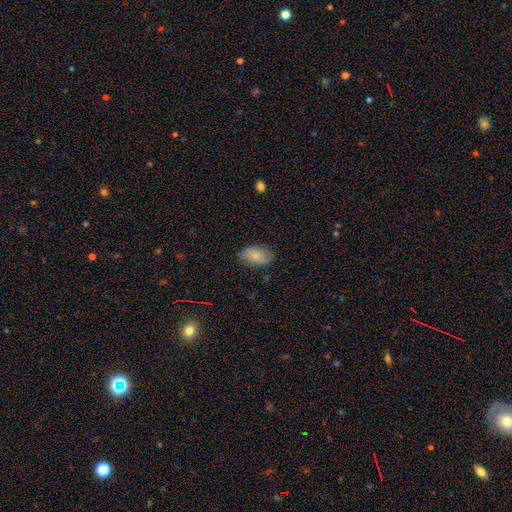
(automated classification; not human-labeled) Smooth or featured? Predicted: smooth (p=0.77). How rounded? Predicted: in between (p=0.91). Merging? Predicted: none (p=0.78).